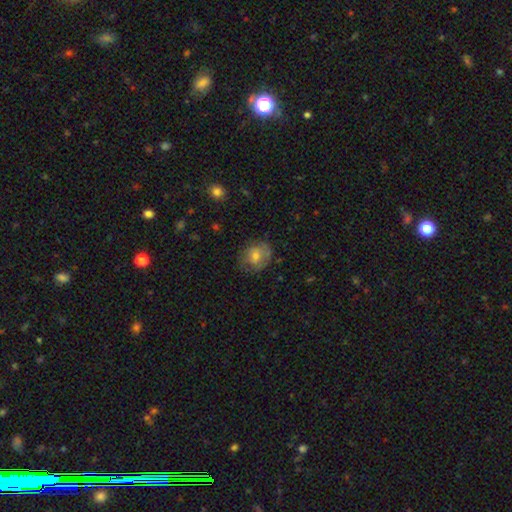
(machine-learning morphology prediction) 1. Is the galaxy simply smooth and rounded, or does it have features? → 61% smooth, 30% featured or disk, 9% star or artifact.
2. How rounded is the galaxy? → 65% round, 34% in between, 1% cigar-shaped.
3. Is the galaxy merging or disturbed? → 69% none, 22% minor disturbance, 8% major disturbance, 1% merger.